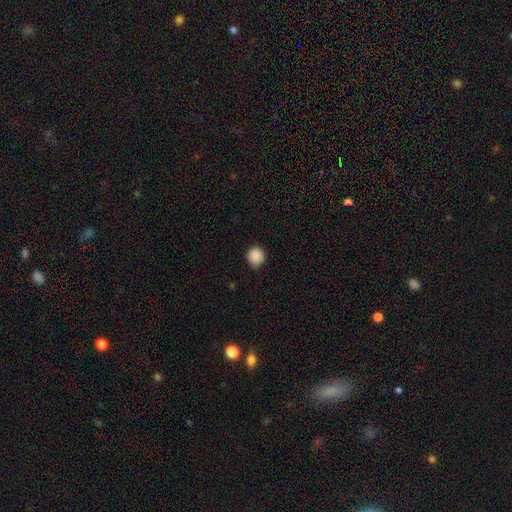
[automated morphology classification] smooth 89%, star or artifact 9%, featured or disk 3%. Down the decision tree: how rounded — round (86%); merging — none (81%).